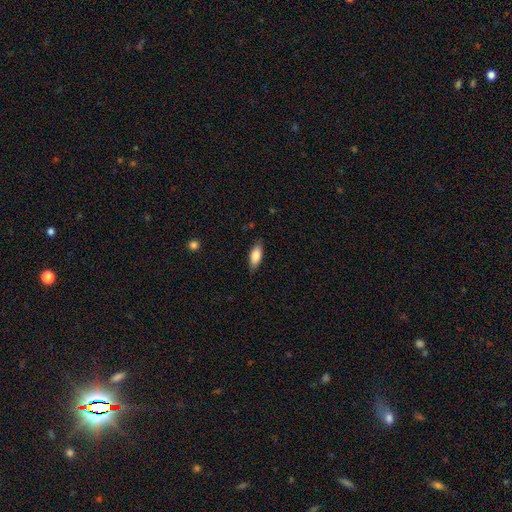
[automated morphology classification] Overall: smooth (81%). How rounded: in between (80%). Merging: none (82%).